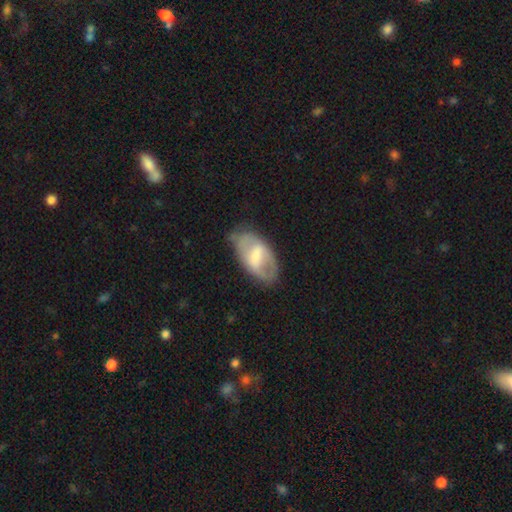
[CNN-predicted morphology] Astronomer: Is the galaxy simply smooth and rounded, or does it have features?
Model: featured or disk — 52% (runner-up: smooth, 42%).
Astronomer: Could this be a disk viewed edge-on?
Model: no — 91%.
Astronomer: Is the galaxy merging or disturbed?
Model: none — 66%.